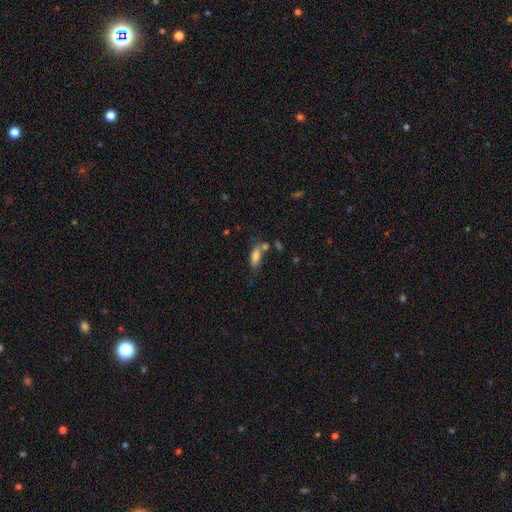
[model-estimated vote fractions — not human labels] smooth 79%, featured or disk 12%, star or artifact 9%. Down the decision tree: how rounded — in between (70%); merging — none (44%).